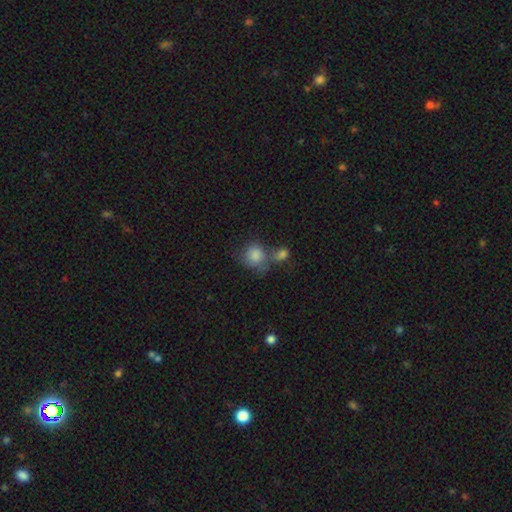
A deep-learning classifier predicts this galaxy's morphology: A smooth galaxy with no disk features (82%) that is round (77%). Merging: merger (41%).